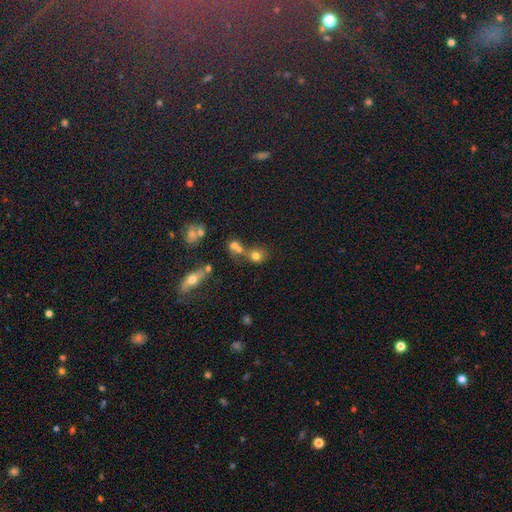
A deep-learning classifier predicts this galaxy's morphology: Smooth or featured: smooth — 71% (star or artifact — 16%)
How rounded: round — 81% (in between — 17%)
Merging: none — 46% (merger — 38%)